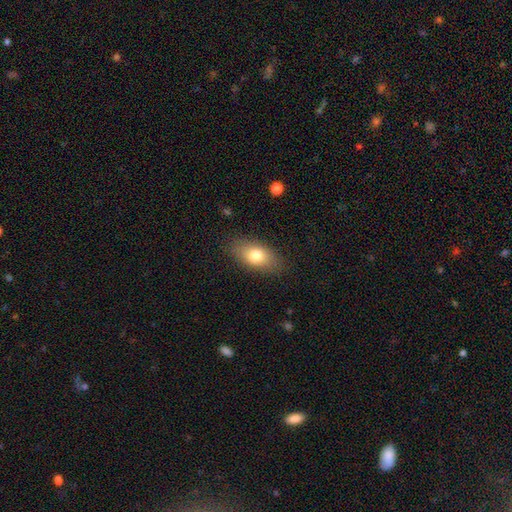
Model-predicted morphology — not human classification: The model was most divided on "smooth or featured": smooth: 76%, featured or disk: 16%, star or artifact: 8%. More confident: how rounded — in between (88%); merging — none (85%).